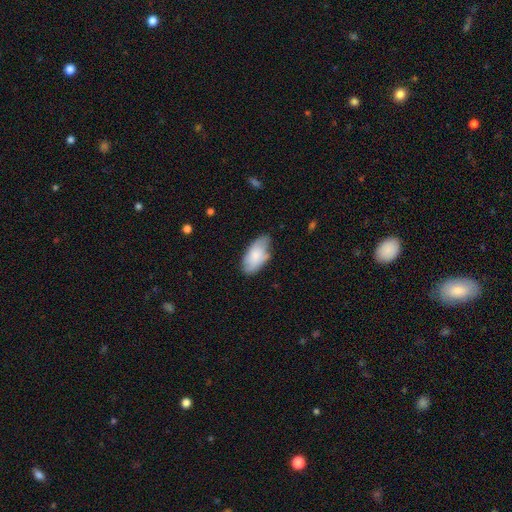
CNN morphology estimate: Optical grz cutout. It shows a smooth galaxy with no disk features (69%) that is in between round and cigar-shaped (93%). Merging: none (62%).